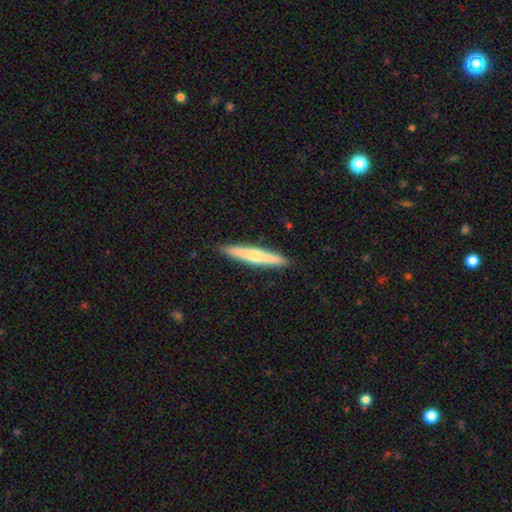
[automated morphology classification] This is possibly a smooth galaxy (51%). How rounded: clearly cigar-shaped (94%). Merging: clearly none (90%).